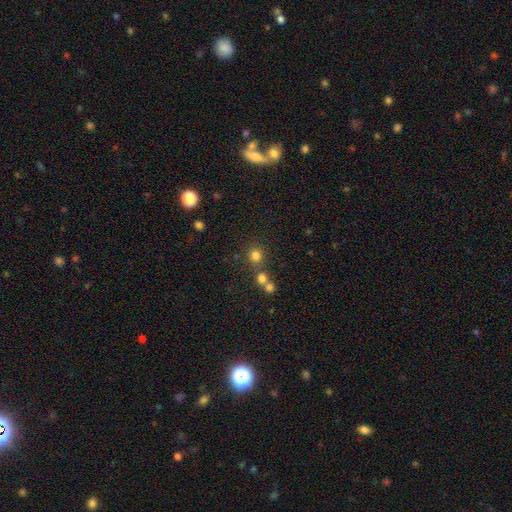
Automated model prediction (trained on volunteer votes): A smooth galaxy with no disk features (77%) that is round (87%). Merging: none (69%).